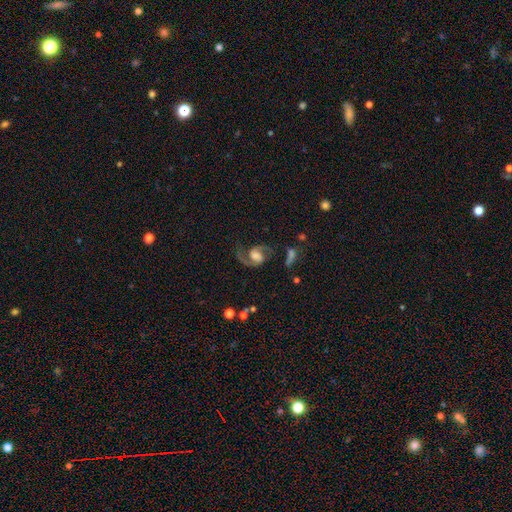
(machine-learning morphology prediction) Smooth or featured: featured or disk — 88% (smooth — 6%)
Edge-on disk: no — 98% (yes — 2%)
Bar: weak — 45% (no — 41%)
Spiral arms: yes — 97% (no — 3%)
Spiral winding: medium — 52% (loose — 37%)
Spiral arm count: 2 — 90% (1 — 5%)
Bulge size: moderate — 36% (large — 34%)
Merging: none — 65% (minor disturbance — 17%)